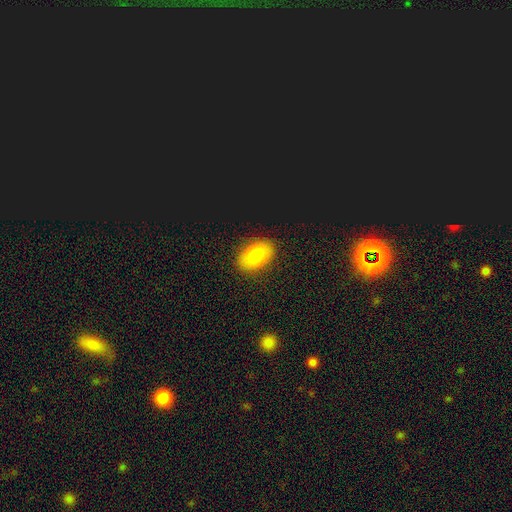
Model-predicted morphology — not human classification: Smooth or featured? Predicted: smooth (p=0.81). How rounded? Predicted: in between (p=0.88). Merging? Predicted: none (p=0.86).